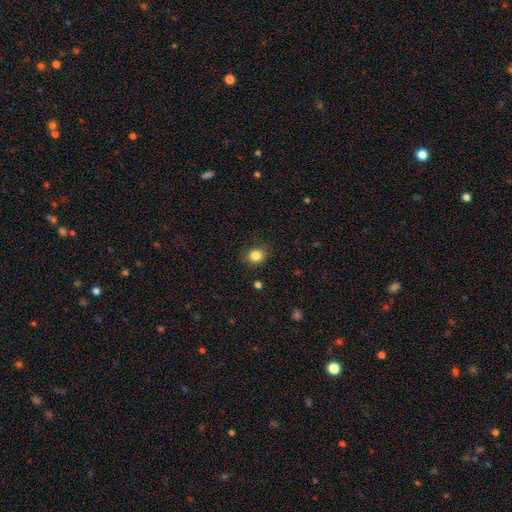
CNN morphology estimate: The model was most divided on "how rounded": round: 77%, in between: 22%, cigar-shaped: 1%. More confident: merging — none (85%); smooth or featured — smooth (84%).